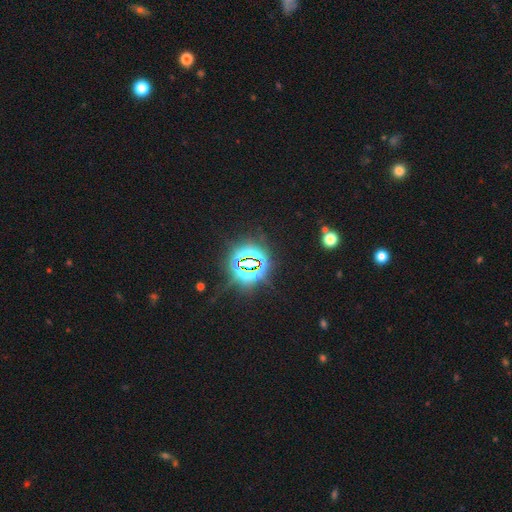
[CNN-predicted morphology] Smooth or featured? star or artifact (83%)